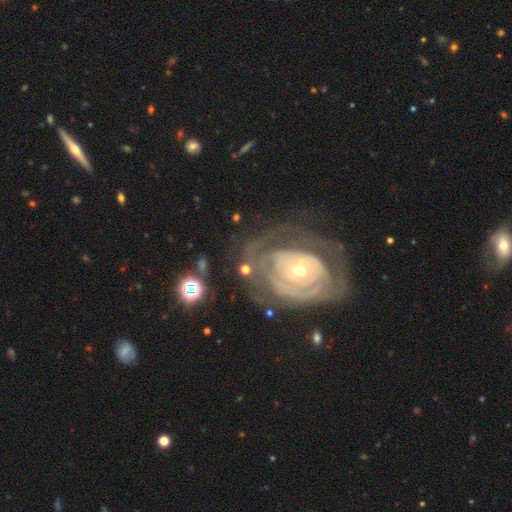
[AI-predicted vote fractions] Overall: featured or disk (81%). Edge-on disk: no (96%). Bar: no (72%). Spiral arms: yes (75%). Spiral arm count: can't tell (51%; 2 19%). Spiral winding: tight (72%). Bulge size: small (62%; moderate 33%). Merging: none (49%; major disturbance 24%).